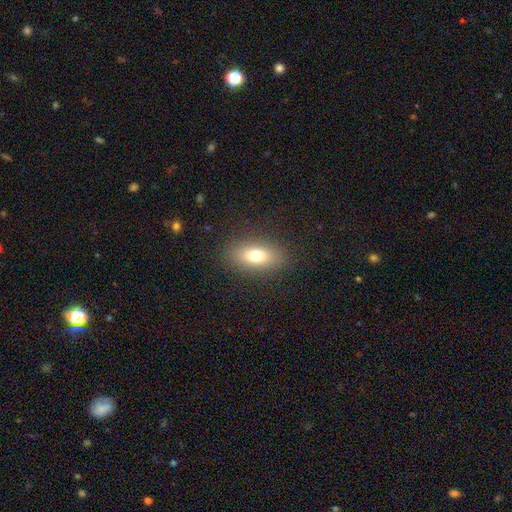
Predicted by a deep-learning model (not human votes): Smooth or featured? Predicted: smooth (p=0.74). How rounded? Predicted: in between (p=0.82). Merging? Predicted: none (p=0.86).